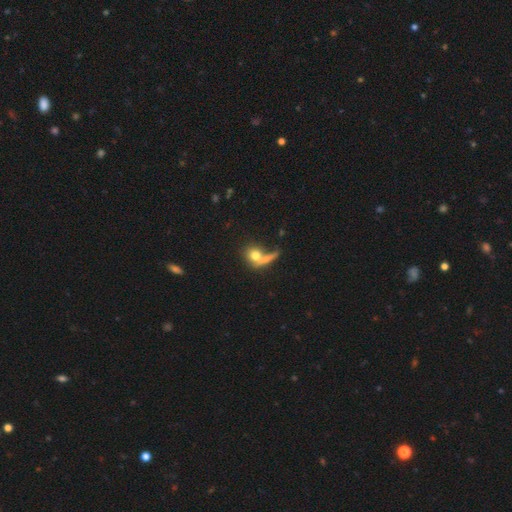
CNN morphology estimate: Smooth or featured? smooth (70%)
How rounded? round (69%)
Merging? merger (41%)